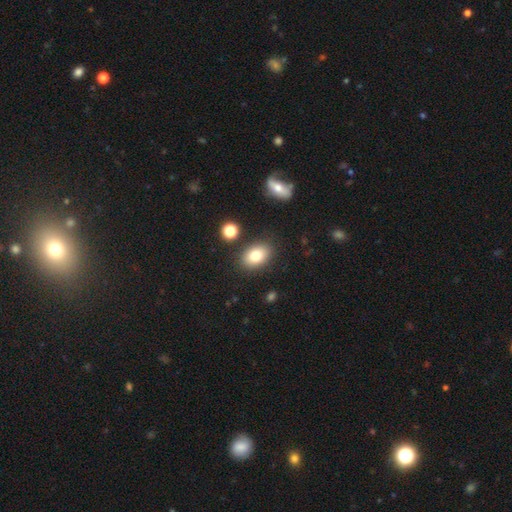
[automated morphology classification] A smooth galaxy with no disk features (79%) that is in between round and cigar-shaped (82%).

Vote fractions:
- Smooth or featured? smooth: 79% / featured or disk: 11% / star or artifact: 9%
- How rounded? in between: 82% / round: 16% / cigar-shaped: 1%
- Merging? none: 84% / minor disturbance: 10% / merger: 4% / major disturbance: 3%